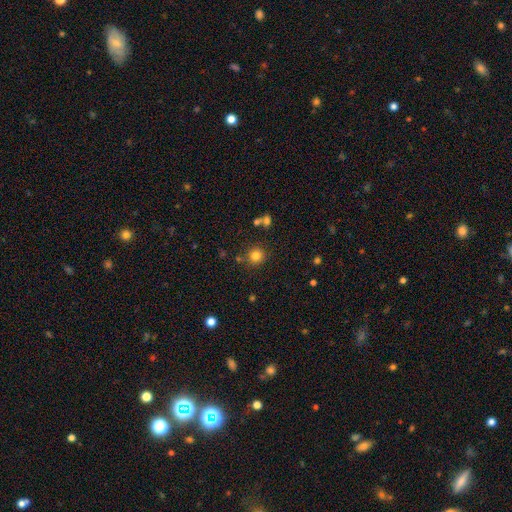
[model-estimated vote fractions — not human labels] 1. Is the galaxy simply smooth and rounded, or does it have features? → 81% smooth, 13% star or artifact, 6% featured or disk.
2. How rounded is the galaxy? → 92% round, 7% in between, 1% cigar-shaped.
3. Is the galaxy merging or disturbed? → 80% none, 9% minor disturbance, 7% merger, 4% major disturbance.